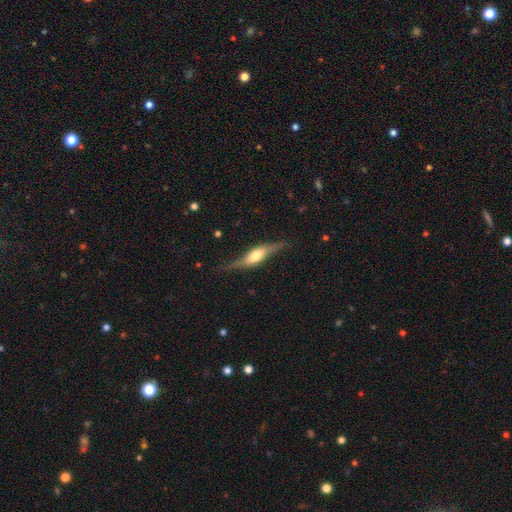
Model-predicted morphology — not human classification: The model was most divided on "smooth or featured": featured or disk: 67%, smooth: 28%, star or artifact: 6%. More confident: edge-on bulge — rounded (83%); edge-on disk — yes (81%); merging — none (70%).